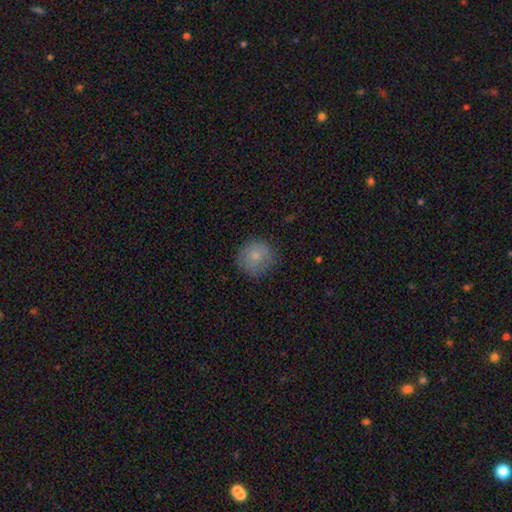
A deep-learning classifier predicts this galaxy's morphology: type=smooth (76%); roundness=round (90%); merging=none (75%).